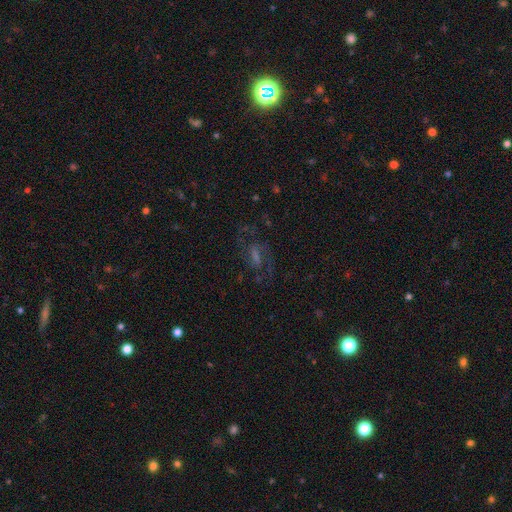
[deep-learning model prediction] smooth-or-featured: featured or disk: 65% | star or artifact: 19% | smooth: 16%
  disk-edge-on: no: 94% | yes: 6%
    bar: weak: 49% | strong: 32% | no: 18%
    has-spiral-arms: yes: 88% | no: 12%
      spiral-winding: medium: 53% | loose: 29% | tight: 17%
      spiral-arm-count: 2: 82% | can't tell: 10% | 1: 3% | 3: 3% | 4: 2% | more than 4: 2%
    bulge-size: small: 30% | moderate: 29% | none: 29% | large: 10% | dominant: 2%
  merging: none: 71% | minor disturbance: 14% | major disturbance: 14% | merger: 2%